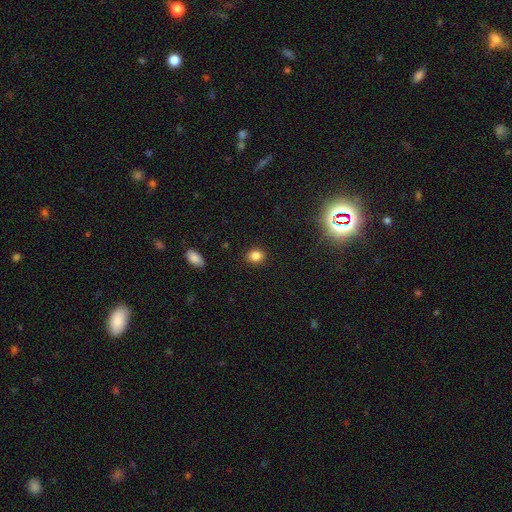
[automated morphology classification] type=smooth (83%); roundness=round (56%); merging=none (89%).